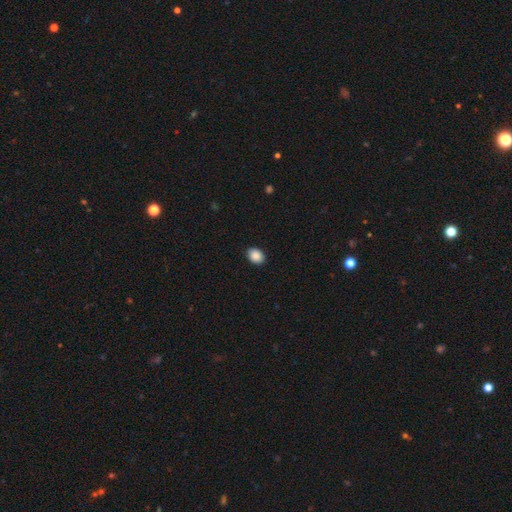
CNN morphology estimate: The model was most divided on "how rounded": in between: 68%, round: 31%, cigar-shaped: 1%. More confident: merging — none (90%); smooth or featured — smooth (89%).